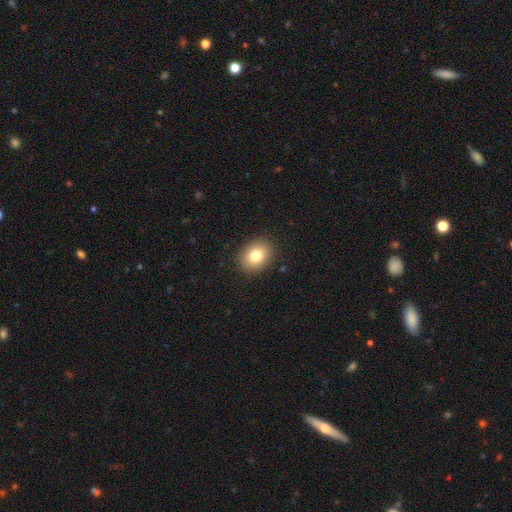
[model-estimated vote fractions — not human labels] This appears to be a smooth galaxy with no disk features (80%) that is in between round and cigar-shaped (63%). Merging: none (88%).